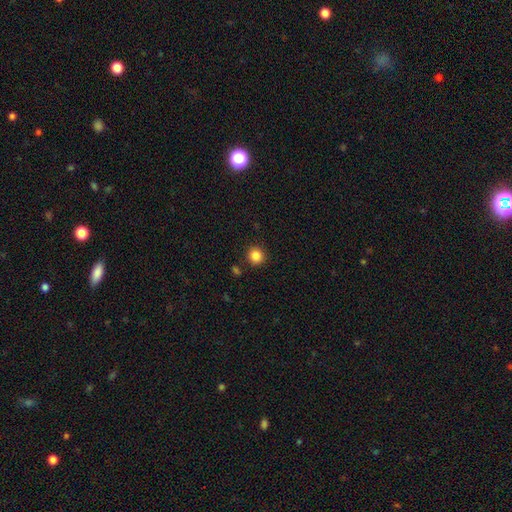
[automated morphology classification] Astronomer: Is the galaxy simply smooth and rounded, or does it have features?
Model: smooth — 85%.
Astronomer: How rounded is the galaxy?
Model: round — 91%.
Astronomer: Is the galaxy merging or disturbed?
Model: none — 89%.